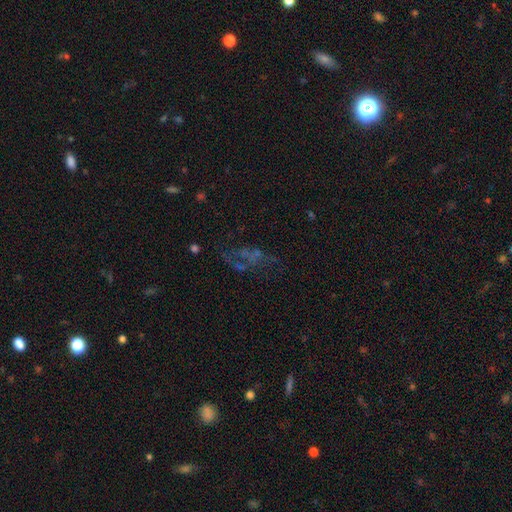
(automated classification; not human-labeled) Smooth or featured? Predicted: featured or disk (p=0.44). Merging? Predicted: none (p=0.45).